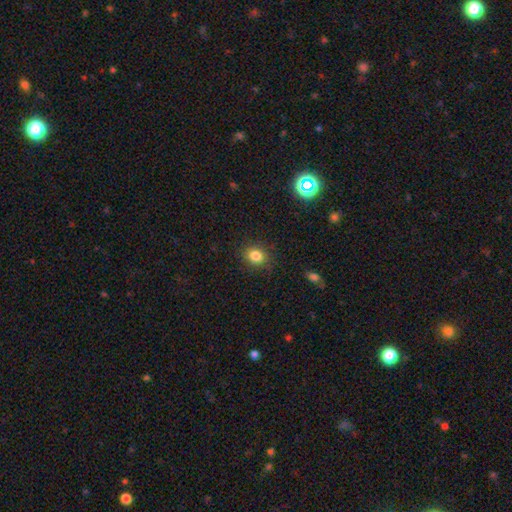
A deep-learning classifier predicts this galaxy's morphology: This is clearly a smooth galaxy (83%). How rounded: likely round (61%). Merging: clearly none (86%).